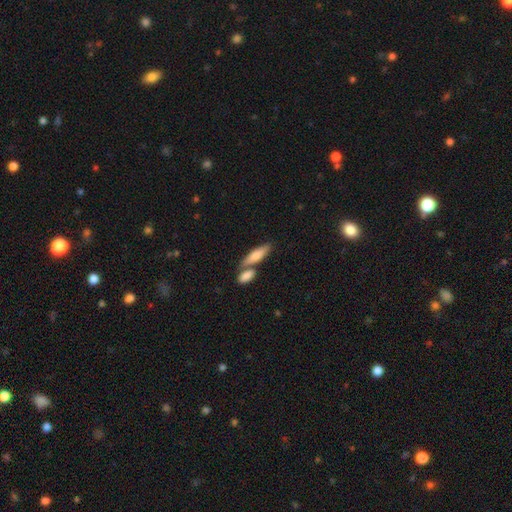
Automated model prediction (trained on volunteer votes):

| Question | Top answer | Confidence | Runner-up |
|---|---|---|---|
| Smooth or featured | smooth | 72% | featured or disk (22%) |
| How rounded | cigar-shaped | 52% | in between (45%) |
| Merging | none | 48% | merger (38%) |